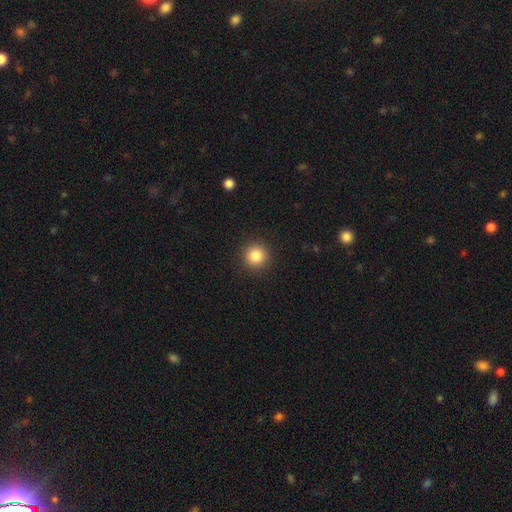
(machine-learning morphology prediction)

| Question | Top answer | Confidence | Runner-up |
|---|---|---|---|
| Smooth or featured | smooth | 84% | star or artifact (11%) |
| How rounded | round | 95% | in between (4%) |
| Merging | none | 92% | minor disturbance (5%) |